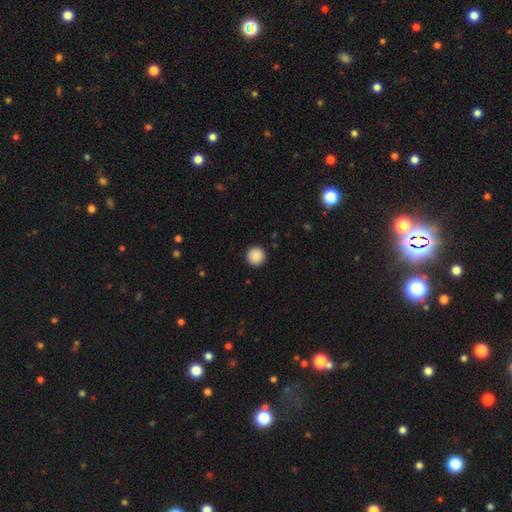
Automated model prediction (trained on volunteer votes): Smooth or featured: smooth — 89% (star or artifact — 8%)
How rounded: round — 96% (in between — 3%)
Merging: none — 93% (minor disturbance — 4%)